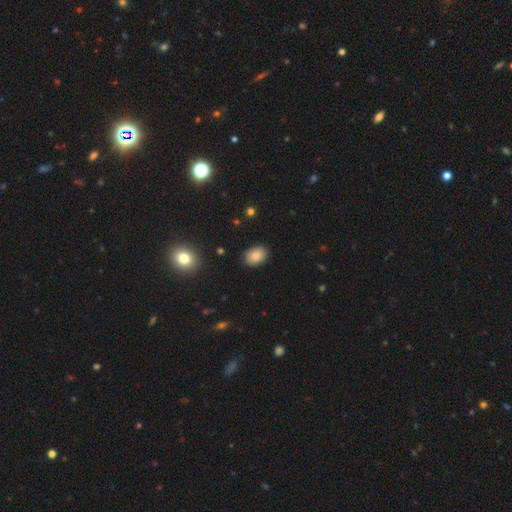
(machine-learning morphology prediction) A smooth galaxy with no disk features (84%) that is in between round and cigar-shaped (78%).

Vote fractions:
- Smooth or featured? smooth: 84% / star or artifact: 9% / featured or disk: 7%
- How rounded? in between: 78% / round: 21% / cigar-shaped: 1%
- Merging? none: 85% / minor disturbance: 11% / major disturbance: 2% / merger: 1%